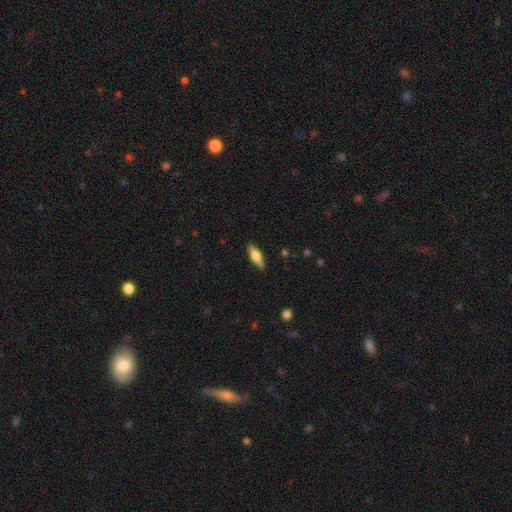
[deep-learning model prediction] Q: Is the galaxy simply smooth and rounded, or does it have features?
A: smooth — 55%.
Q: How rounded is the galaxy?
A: cigar-shaped — 50%.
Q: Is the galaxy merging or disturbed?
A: none — 89%.